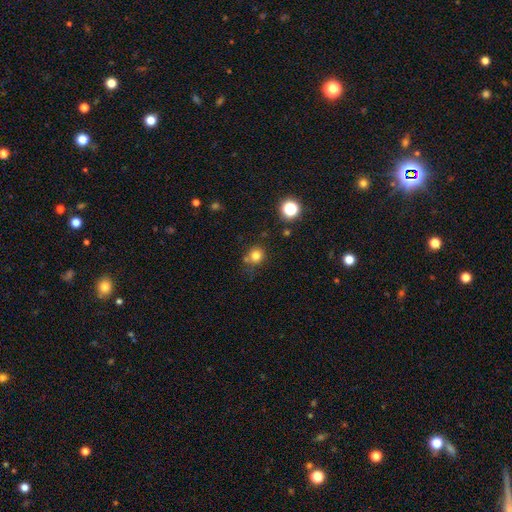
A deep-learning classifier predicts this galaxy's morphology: This appears to be a smooth galaxy with no disk features (79%) that is round (86%). Merging: none (72%).